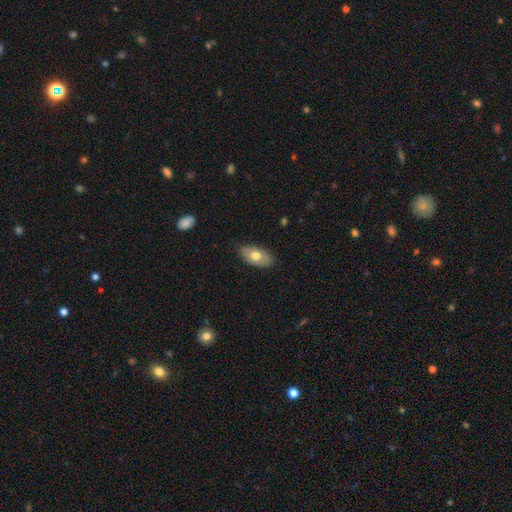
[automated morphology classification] This is likely a smooth galaxy (66%). How rounded: clearly in between (93%). Merging: clearly none (80%).